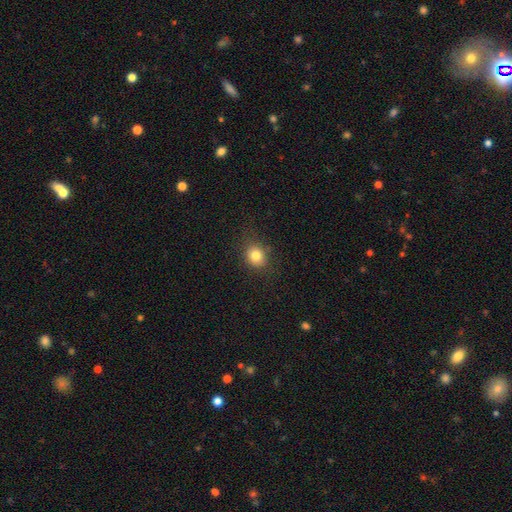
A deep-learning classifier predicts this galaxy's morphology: A smooth galaxy with no disk features (81%) that is round (74%). Merging: none (81%).